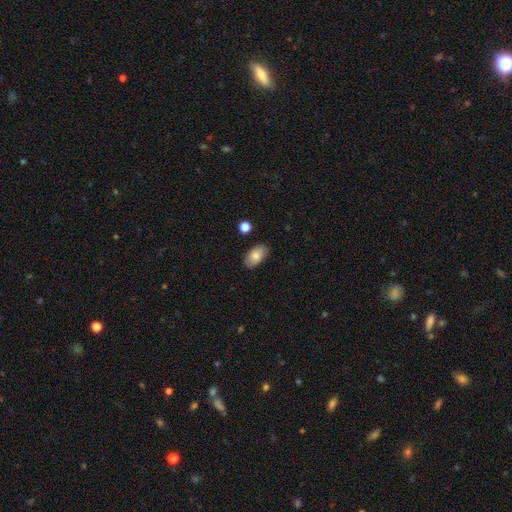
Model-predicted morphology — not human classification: Smooth or featured?
  - smooth: 80% *
  - featured or disk: 13%
  - star or artifact: 7%
How rounded?
  - in between: 93% *
  - round: 5%
  - cigar-shaped: 2%
Merging?
  - none: 84% *
  - minor disturbance: 12%
  - major disturbance: 2%
  - merger: 2%